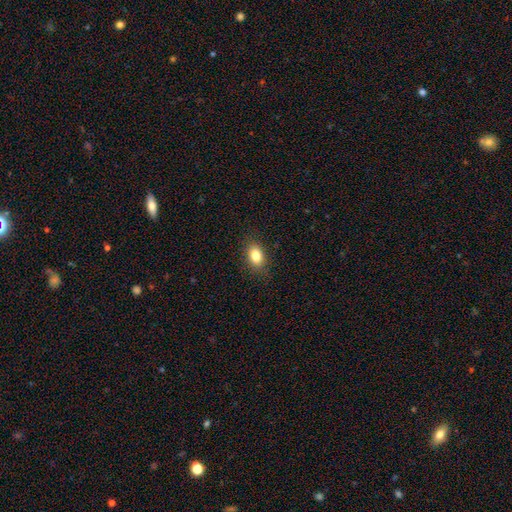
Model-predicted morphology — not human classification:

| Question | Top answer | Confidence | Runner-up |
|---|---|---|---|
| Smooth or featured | smooth | 82% | star or artifact (9%) |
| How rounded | in between | 82% | round (16%) |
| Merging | none | 86% | minor disturbance (11%) |